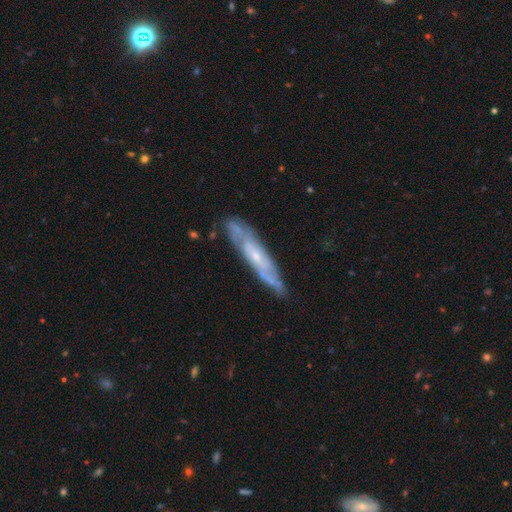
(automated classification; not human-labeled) Smooth or featured?
  - featured or disk: 75% *
  - smooth: 19%
  - star or artifact: 6%
Edge-on disk?
  - no: 54% *
  - yes: 46%
Merging?
  - none: 77% *
  - minor disturbance: 17%
  - major disturbance: 4%
  - merger: 2%